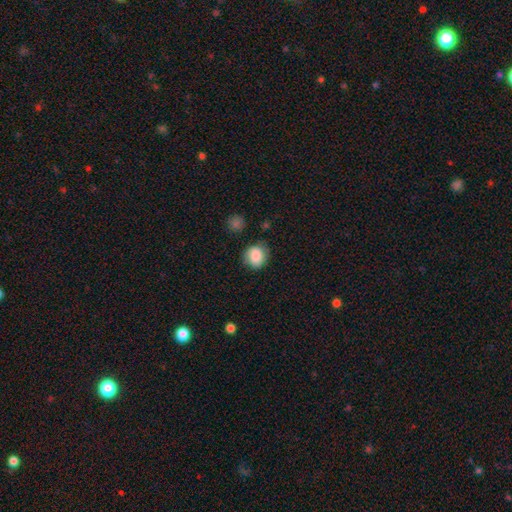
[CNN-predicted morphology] Smooth or featured?
  - smooth: 85% *
  - star or artifact: 8%
  - featured or disk: 7%
How rounded?
  - round: 74% *
  - in between: 25%
  - cigar-shaped: 1%
Merging?
  - none: 76% *
  - minor disturbance: 17%
  - major disturbance: 4%
  - merger: 3%